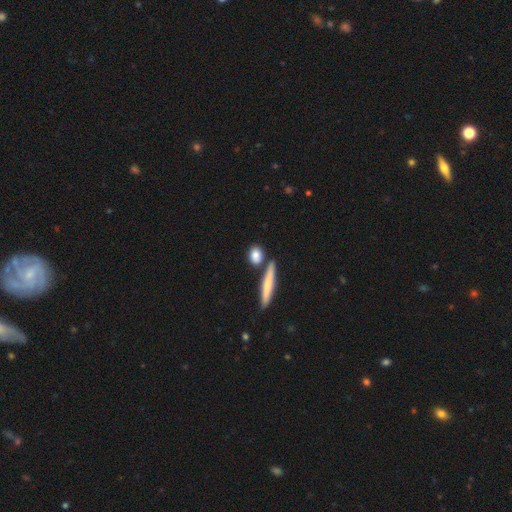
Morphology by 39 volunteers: type=smooth (82%); roundness=in between (47%); merging=none (62%).